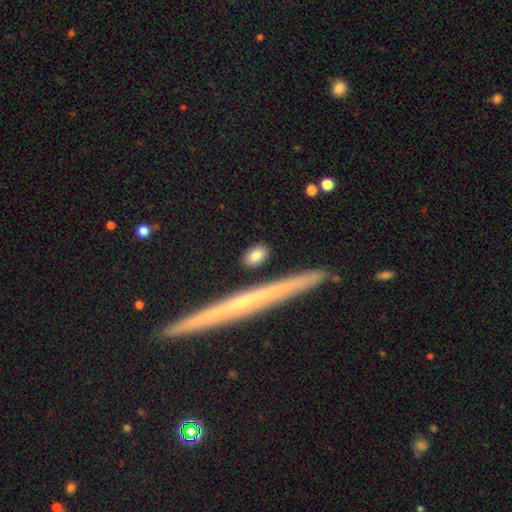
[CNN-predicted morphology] smooth-or-featured: smooth: 82% | featured or disk: 12% | star or artifact: 7%
  how-rounded: in between: 68% | round: 17% | cigar-shaped: 15%
  merging: none: 85% | minor disturbance: 9% | merger: 3% | major disturbance: 2%